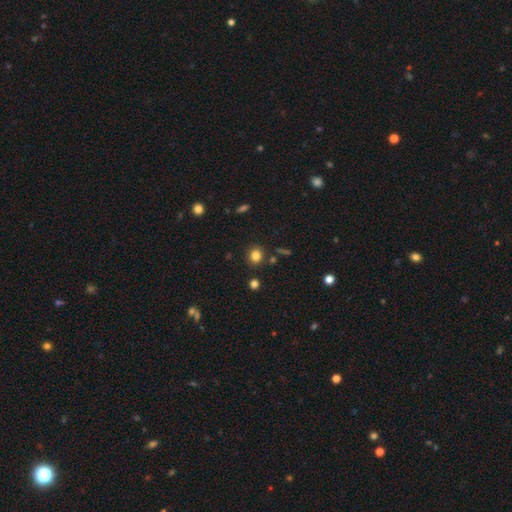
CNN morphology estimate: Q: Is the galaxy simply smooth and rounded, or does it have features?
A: smooth — 82%.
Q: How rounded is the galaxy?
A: round — 82%.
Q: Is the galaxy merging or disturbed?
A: none — 86%.